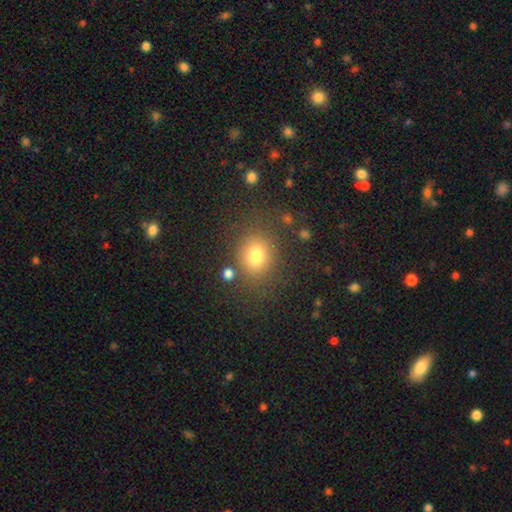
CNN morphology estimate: Smooth or featured? Predicted: smooth (p=0.78). How rounded? Predicted: round (p=0.69). Merging? Predicted: none (p=0.79).